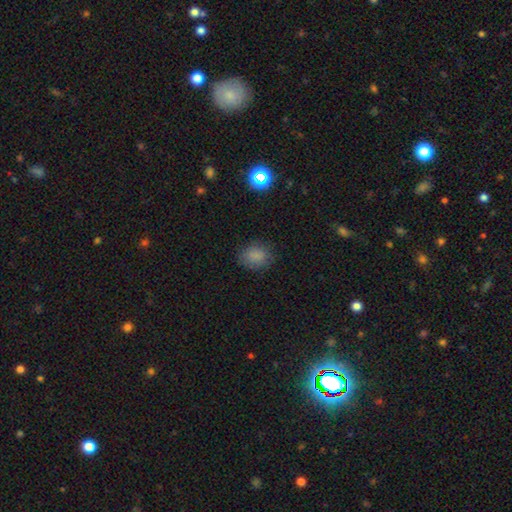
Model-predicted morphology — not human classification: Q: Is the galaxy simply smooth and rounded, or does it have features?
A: smooth — 83%.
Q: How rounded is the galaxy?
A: round — 54%.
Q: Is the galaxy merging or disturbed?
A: none — 80%.